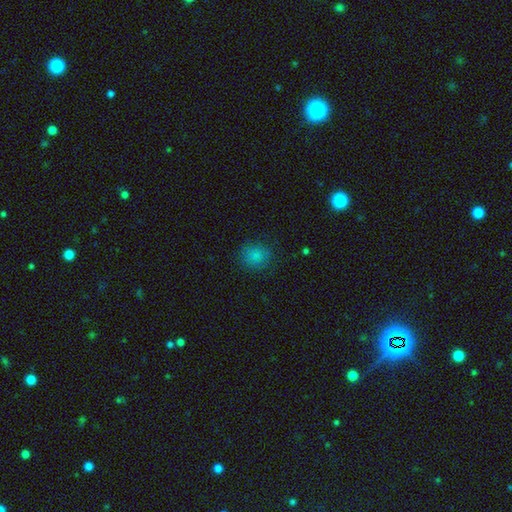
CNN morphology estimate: type=smooth (82%); roundness=round (80%); merging=none (85%).